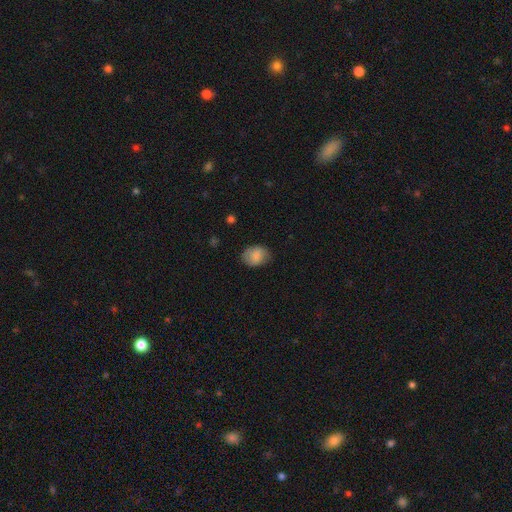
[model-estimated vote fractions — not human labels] Smooth or featured: smooth — 81% (featured or disk — 11%)
How rounded: in between — 62% (round — 37%)
Merging: none — 74% (minor disturbance — 20%)